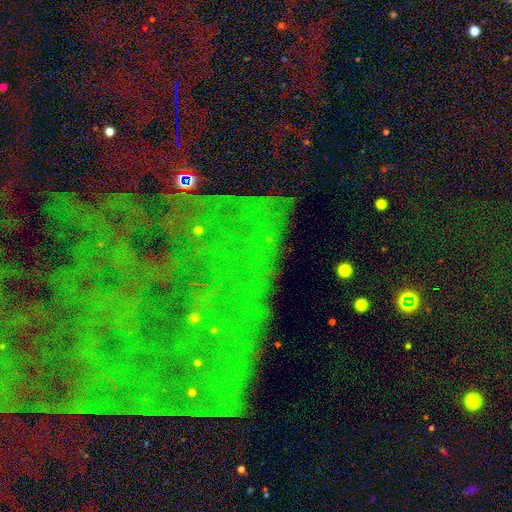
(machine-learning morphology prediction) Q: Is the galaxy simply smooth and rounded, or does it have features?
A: star or artifact — 75%.